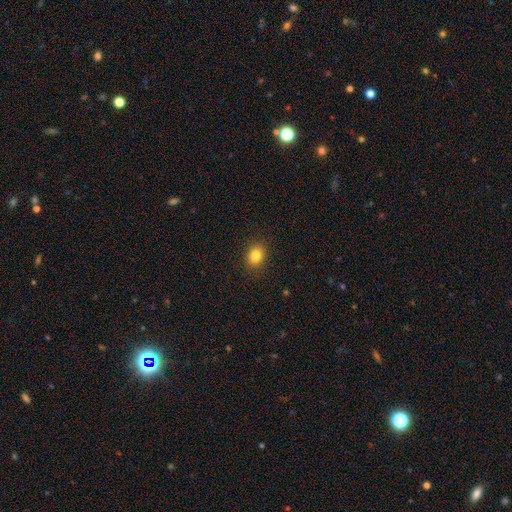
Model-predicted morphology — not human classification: Smooth or featured?
  - smooth: 83% *
  - star or artifact: 11%
  - featured or disk: 6%
How rounded?
  - in between: 50% *
  - round: 49%
  - cigar-shaped: 1%
Merging?
  - none: 89% *
  - minor disturbance: 8%
  - major disturbance: 2%
  - merger: 1%